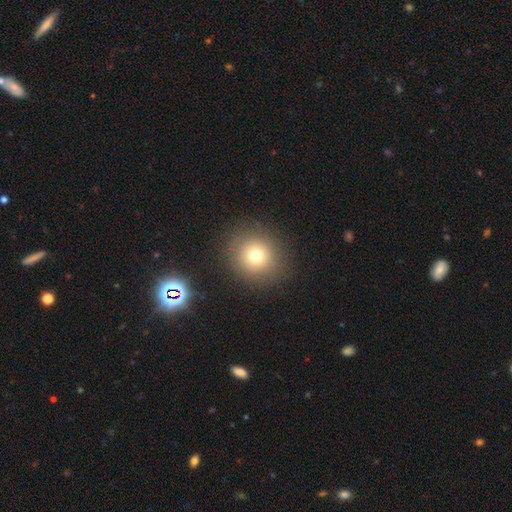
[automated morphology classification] Overall: smooth (73%). How rounded: round (89%). Merging: none (87%).